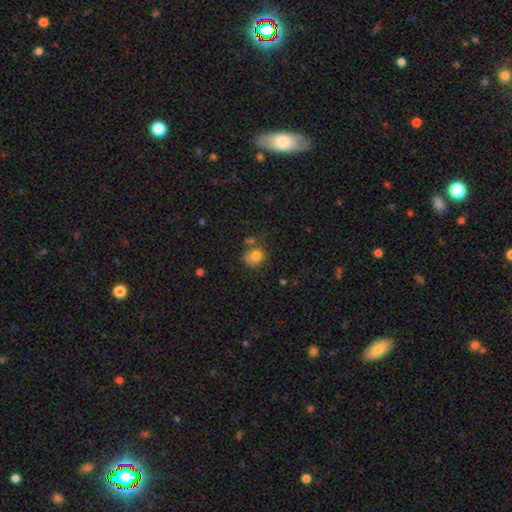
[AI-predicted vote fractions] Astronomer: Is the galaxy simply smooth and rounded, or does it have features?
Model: smooth — 75%.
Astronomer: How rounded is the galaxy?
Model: round — 73%.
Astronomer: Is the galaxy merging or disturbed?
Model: none — 46% (runner-up: minor disturbance, 23%).